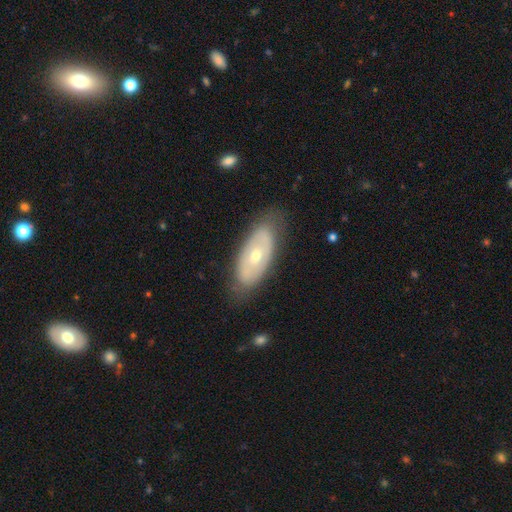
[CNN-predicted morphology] Smooth or featured?
  - featured or disk: 56% *
  - smooth: 38%
  - star or artifact: 6%
Edge-on disk?
  - no: 86% *
  - yes: 14%
Merging?
  - none: 79% *
  - minor disturbance: 15%
  - major disturbance: 5%
  - merger: 1%